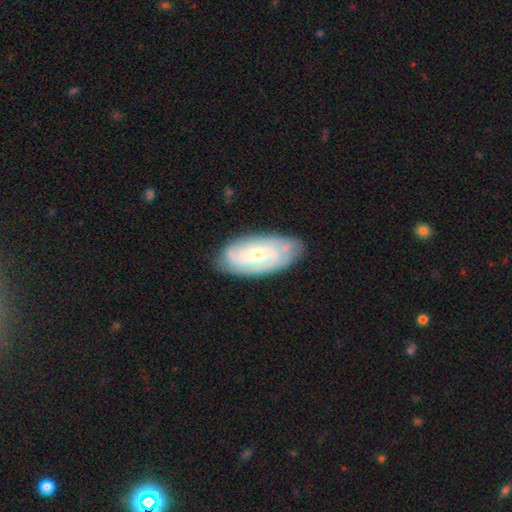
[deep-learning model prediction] Smooth or featured? featured or disk (76%)
Edge-on disk? no (93%)
Bar? weak (42%)
Spiral arms? yes (92%)
Spiral winding? tight (57%)
Spiral arm count? can't tell (34%)
Bulge size? small (66%)
Merging? none (79%)